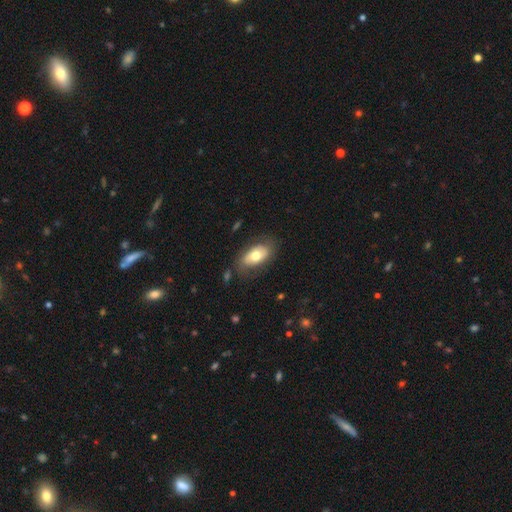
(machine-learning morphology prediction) Smooth or featured: smooth — 65% (featured or disk — 29%)
How rounded: in between — 91% (round — 5%)
Merging: none — 73% (minor disturbance — 19%)